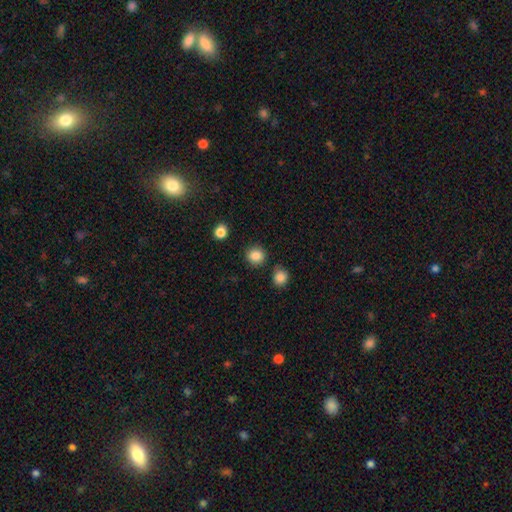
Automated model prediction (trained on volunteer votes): Smooth or featured? smooth (86%)
How rounded? round (89%)
Merging? none (86%)